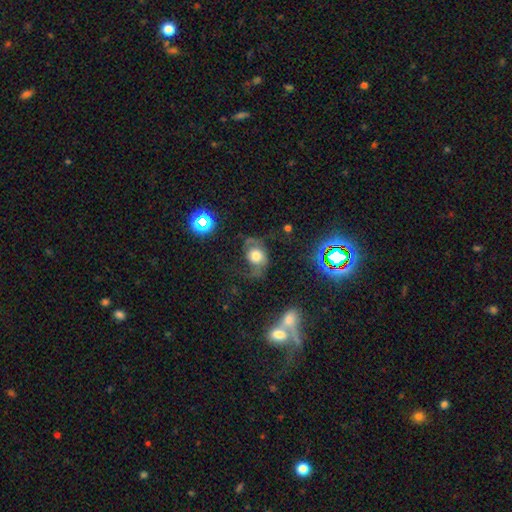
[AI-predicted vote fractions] This appears to be a featured or disk galaxy (55%) with no bar (74%), spiral arms (81%) and a moderate central bulge (39%, tied with large). Merging: none (44%).